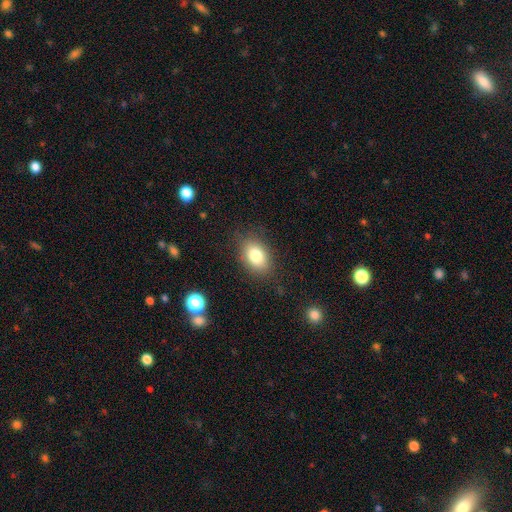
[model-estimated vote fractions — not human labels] Smooth or featured?
  - smooth: 81% *
  - featured or disk: 10%
  - star or artifact: 9%
How rounded?
  - in between: 82% *
  - round: 16%
  - cigar-shaped: 1%
Merging?
  - none: 83% *
  - minor disturbance: 12%
  - major disturbance: 4%
  - merger: 1%